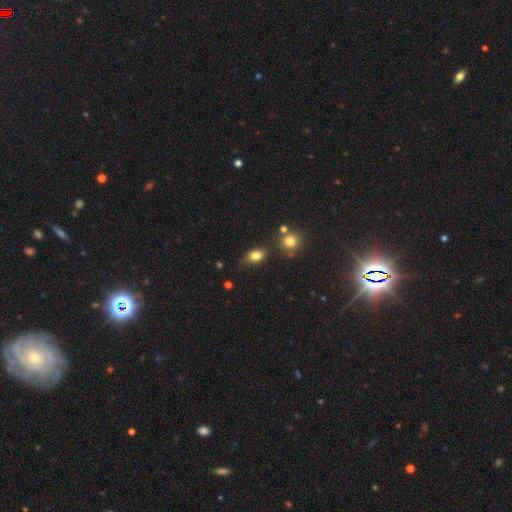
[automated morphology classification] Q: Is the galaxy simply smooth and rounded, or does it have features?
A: smooth — 81%.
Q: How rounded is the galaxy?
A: in between — 80%.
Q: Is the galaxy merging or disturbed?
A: none — 64%.